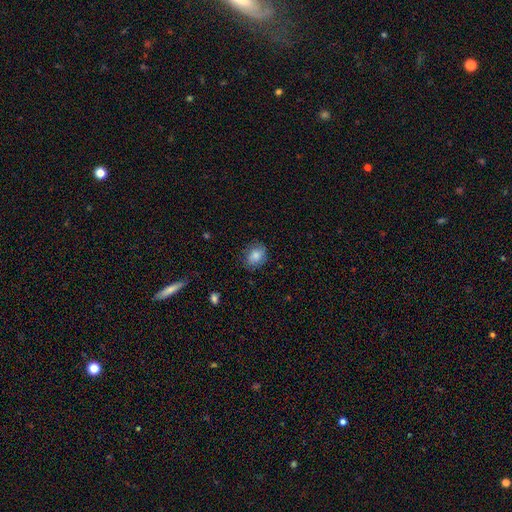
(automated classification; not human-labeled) Smooth or featured?
  - smooth: 81% *
  - featured or disk: 10%
  - star or artifact: 8%
How rounded?
  - in between: 53% *
  - round: 46%
  - cigar-shaped: 1%
Merging?
  - none: 77% *
  - minor disturbance: 17%
  - major disturbance: 4%
  - merger: 1%